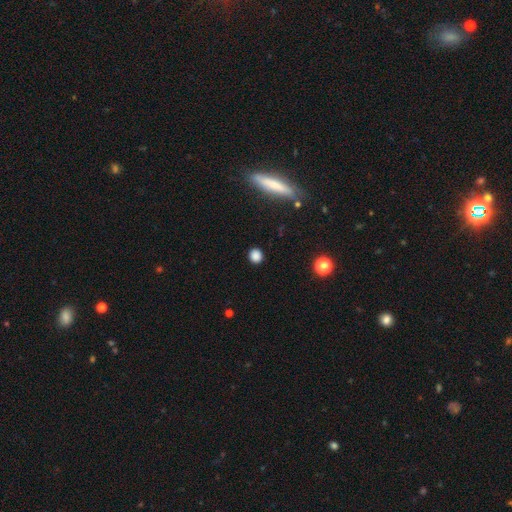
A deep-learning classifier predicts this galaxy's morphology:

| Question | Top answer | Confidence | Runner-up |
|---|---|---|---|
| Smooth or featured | smooth | 84% | star or artifact (12%) |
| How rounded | round | 80% | in between (18%) |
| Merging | none | 89% | minor disturbance (7%) |